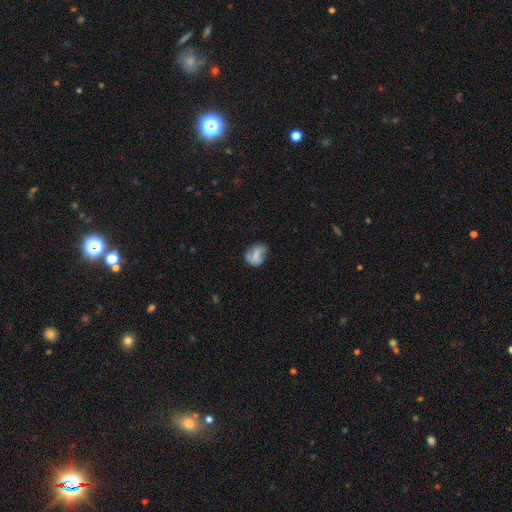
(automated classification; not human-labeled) Smooth or featured? Predicted: smooth (p=0.54). How rounded? Predicted: in between (p=0.56). Merging? Predicted: none (p=0.48).